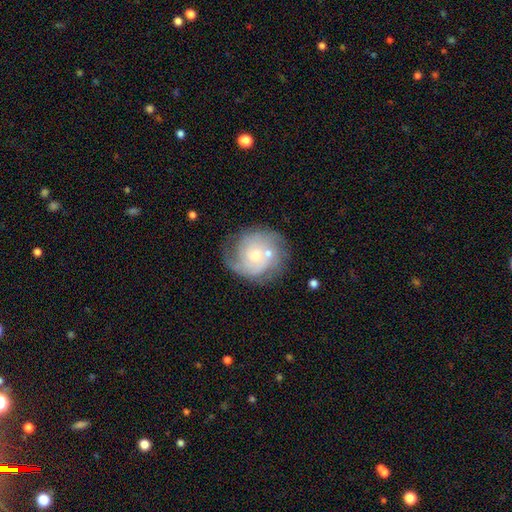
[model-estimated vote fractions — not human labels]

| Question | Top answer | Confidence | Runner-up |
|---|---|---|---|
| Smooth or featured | featured or disk | 71% | smooth (22%) |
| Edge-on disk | no | 98% | yes (2%) |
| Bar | no | 76% | weak (21%) |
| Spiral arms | yes | 89% | no (11%) |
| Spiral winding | tight | 57% | medium (31%) |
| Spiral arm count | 2 | 34% | can't tell (32%) |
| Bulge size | small | 53% | moderate (39%) |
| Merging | none | 58% | minor disturbance (19%) |